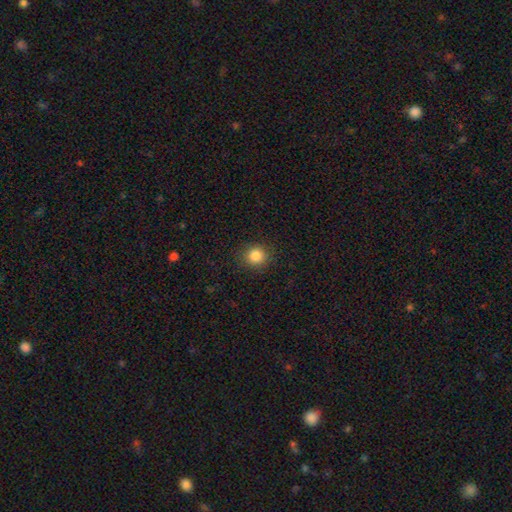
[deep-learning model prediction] A smooth galaxy with no disk features (85%) that is round (90%).

Vote fractions:
- Smooth or featured? smooth: 85% / star or artifact: 11% / featured or disk: 4%
- How rounded? round: 90% / in between: 9% / cigar-shaped: 1%
- Merging? none: 90% / minor disturbance: 7% / major disturbance: 2% / merger: 1%